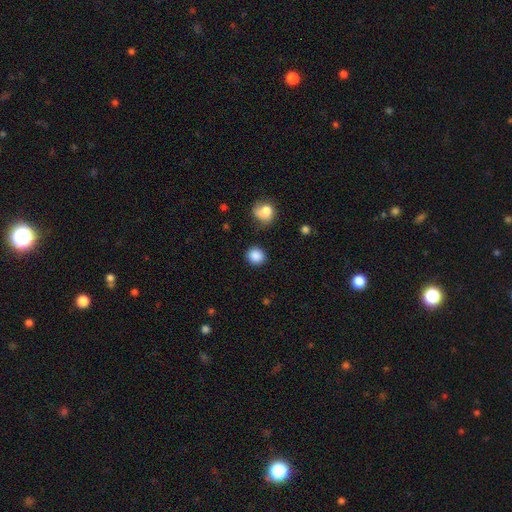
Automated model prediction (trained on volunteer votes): Overall: smooth (87%). How rounded: round (86%). Merging: none (85%).